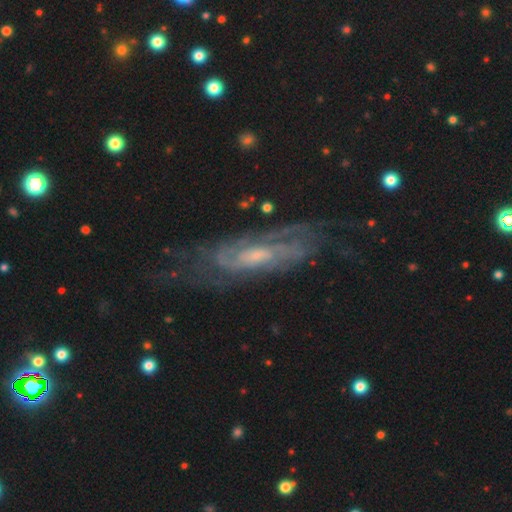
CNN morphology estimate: Smooth or featured? Predicted: featured or disk (p=0.84). Edge-on disk? Predicted: no (p=0.87). Bar? Predicted: no (p=0.52). Spiral arms? Predicted: yes (p=0.93). Spiral winding? Predicted: tight (p=0.53). Spiral arm count? Predicted: 2 (p=0.38). Bulge size? Predicted: small (p=0.51). Merging? Predicted: none (p=0.65).